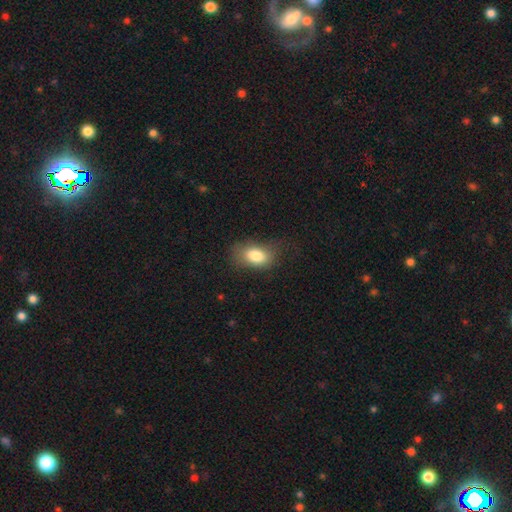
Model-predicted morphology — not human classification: smooth 80%, featured or disk 11%, star or artifact 9%. Down the decision tree: how rounded — in between (86%); merging — none (60%).